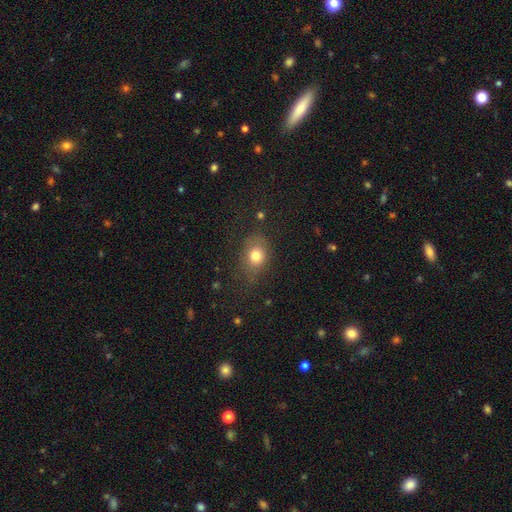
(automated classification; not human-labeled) Morphology: type=smooth (77%); roundness=in between (51%); merging=none (65%).